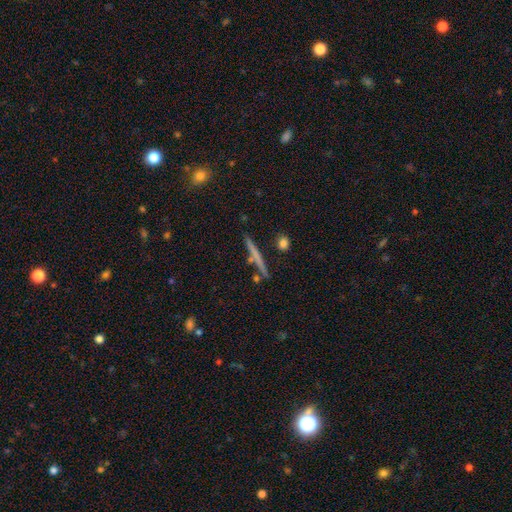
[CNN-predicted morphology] Smooth or featured?
  - smooth: 48% *
  - featured or disk: 45%
  - star or artifact: 7%
Merging?
  - none: 85% *
  - minor disturbance: 9%
  - merger: 5%
  - major disturbance: 2%